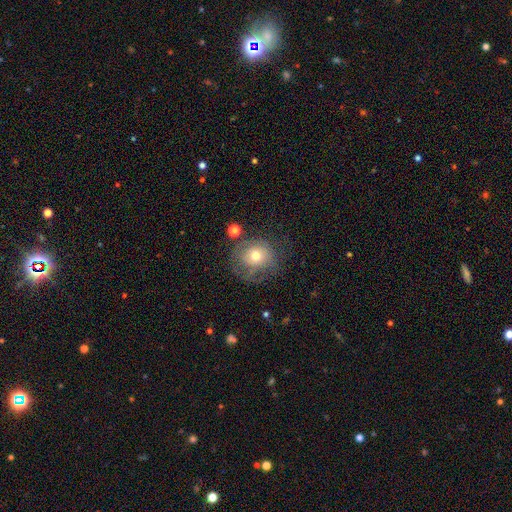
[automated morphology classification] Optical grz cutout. It shows a smooth galaxy with no disk features (60%) that is round (80%). Merging: none (54%).